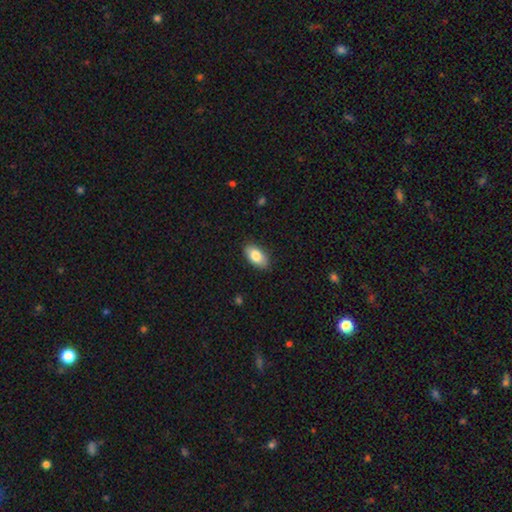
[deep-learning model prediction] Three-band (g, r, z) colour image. It shows a smooth galaxy with no disk features (82%) that is in between round and cigar-shaped (93%). Merging: none (87%).